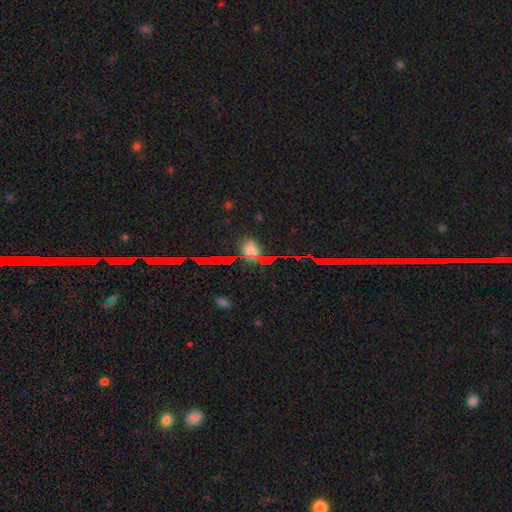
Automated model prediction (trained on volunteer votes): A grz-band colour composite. It shows a star or artifact, not a galaxy (40%).